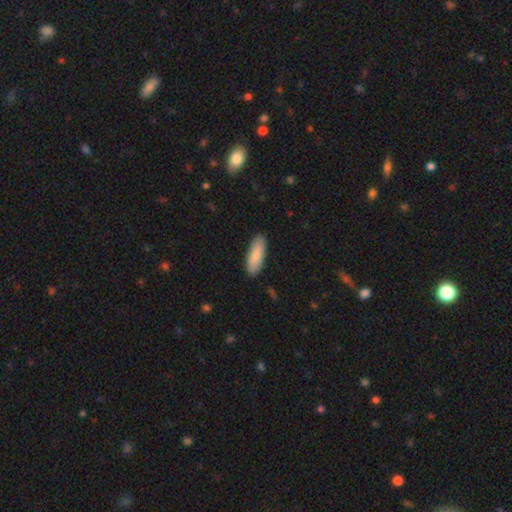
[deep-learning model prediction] Overall: smooth (86%). How rounded: in between (63%; cigar-shaped 35%). Merging: none (88%).